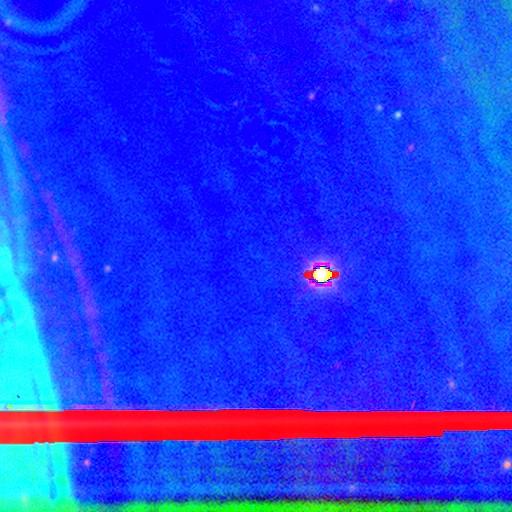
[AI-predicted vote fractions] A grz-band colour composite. It shows a star or artifact, not a galaxy (86%).